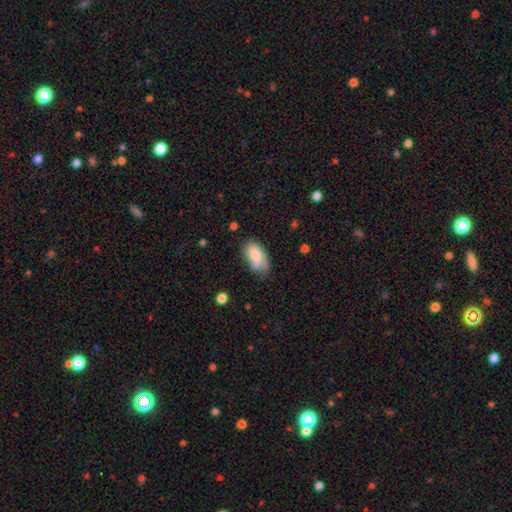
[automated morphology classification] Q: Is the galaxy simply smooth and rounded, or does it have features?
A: smooth — 75%.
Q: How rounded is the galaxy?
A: in between — 93%.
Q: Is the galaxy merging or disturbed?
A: none — 53%.